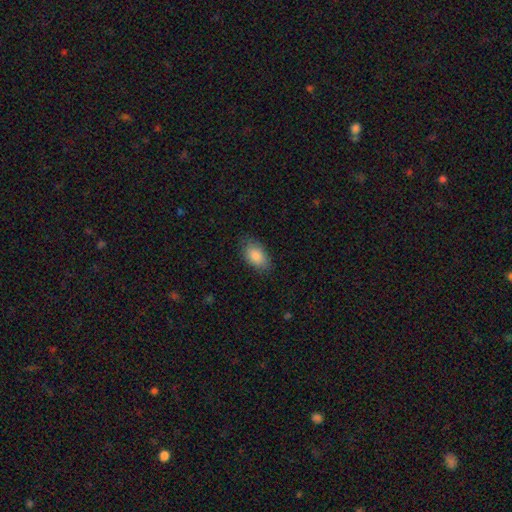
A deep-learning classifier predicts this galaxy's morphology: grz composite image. It shows a smooth galaxy with no disk features (87%) that is in between round and cigar-shaped (91%). Merging: none (80%).